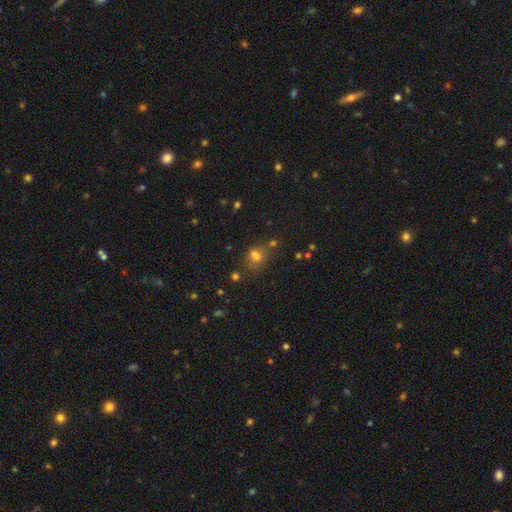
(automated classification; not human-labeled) A smooth galaxy with no disk features (60%) that is in between round and cigar-shaped (50%).

Vote fractions:
- Smooth or featured? smooth: 60% / star or artifact: 27% / featured or disk: 13%
- How rounded? in between: 50% / round: 48% / cigar-shaped: 3%
- Merging? none: 52% / merger: 26% / minor disturbance: 14% / major disturbance: 8%